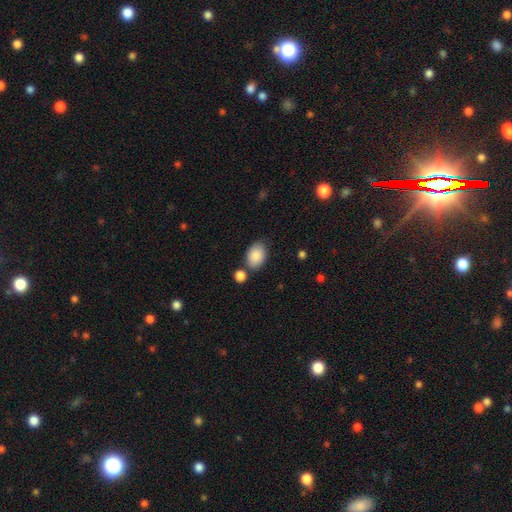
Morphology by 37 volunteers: Smooth or featured? 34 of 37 (92%) said smooth. How rounded? 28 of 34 (82%) said in between. Merging? 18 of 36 (50%) said none.